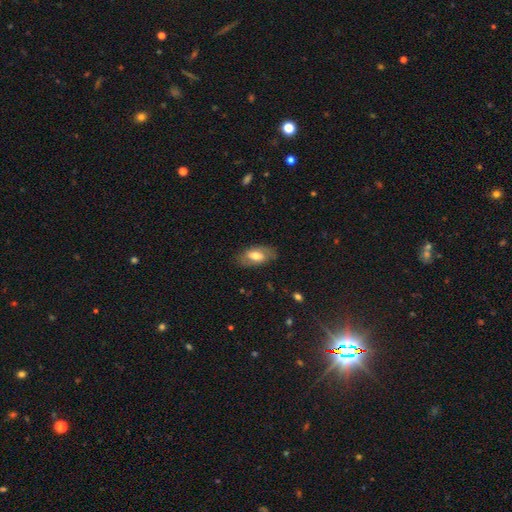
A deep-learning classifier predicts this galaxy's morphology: This is possibly a smooth galaxy (59%). How rounded: clearly in between (90%). Merging: likely none (77%).